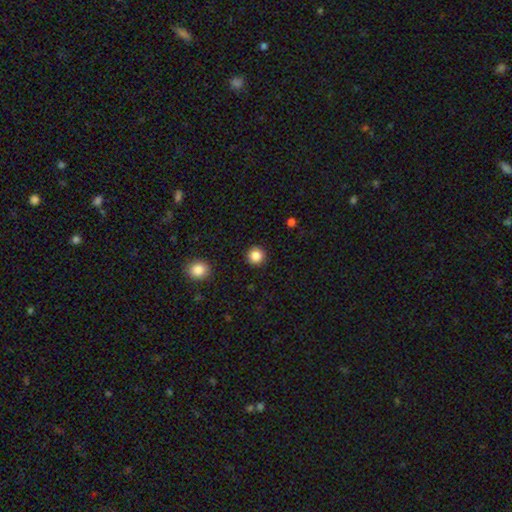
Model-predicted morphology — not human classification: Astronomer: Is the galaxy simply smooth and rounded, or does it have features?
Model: smooth — 85%.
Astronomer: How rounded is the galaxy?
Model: round — 95%.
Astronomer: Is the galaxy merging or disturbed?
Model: none — 92%.